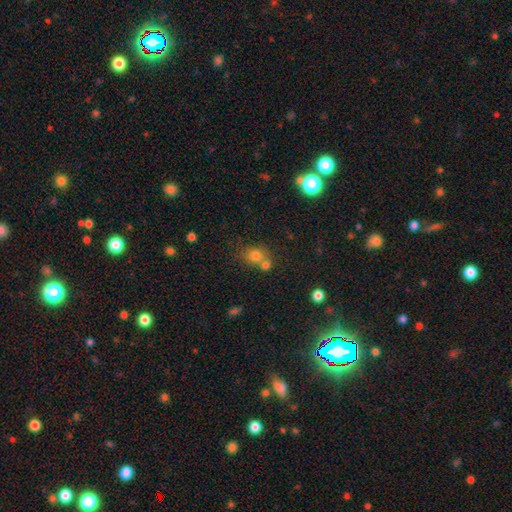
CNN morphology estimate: type=smooth (76%); roundness=round (69%); merging=merger (44%).